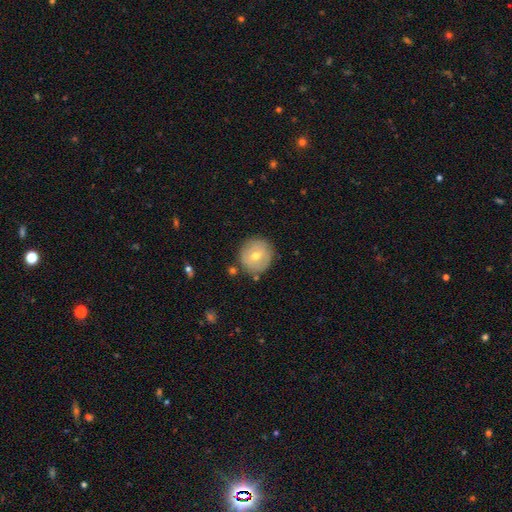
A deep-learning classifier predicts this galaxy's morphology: A smooth galaxy with no disk features (55%) that is round (95%).

Vote fractions:
- Smooth or featured? smooth: 55% / featured or disk: 36% / star or artifact: 9%
- How rounded? round: 95% / in between: 4% / cigar-shaped: 1%
- Merging? none: 85% / minor disturbance: 10% / major disturbance: 3% / merger: 2%